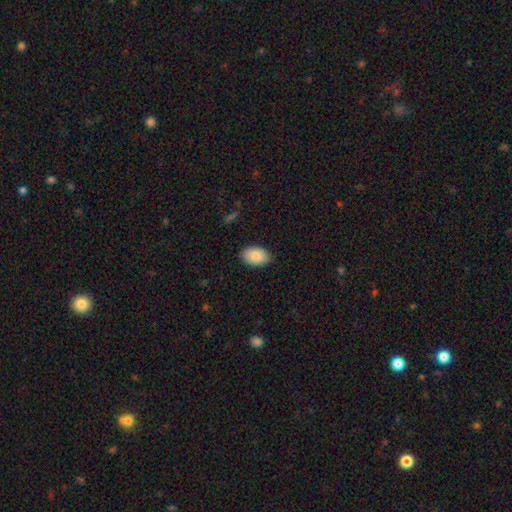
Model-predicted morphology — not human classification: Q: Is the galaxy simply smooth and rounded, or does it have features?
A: smooth — 87%.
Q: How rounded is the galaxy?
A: in between — 92%.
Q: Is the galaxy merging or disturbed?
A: none — 85%.